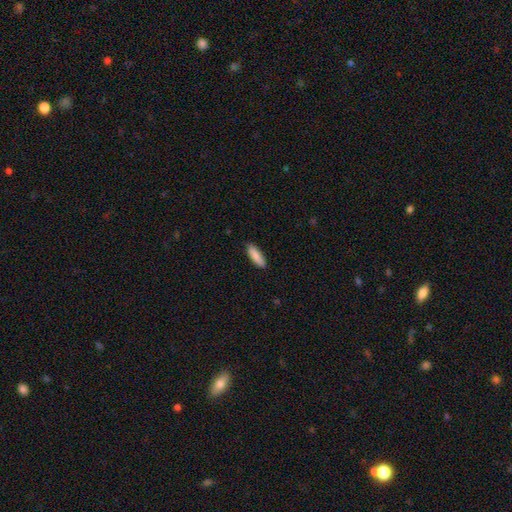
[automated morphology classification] This is clearly a smooth galaxy (88%). How rounded: possibly in between (50%). Merging: clearly none (88%).